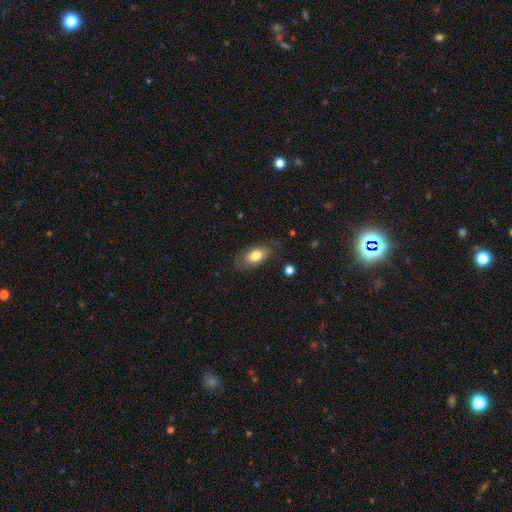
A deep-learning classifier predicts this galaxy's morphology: A smooth galaxy with no disk features (71%) that is in between round and cigar-shaped (91%). Merging: none (71%).